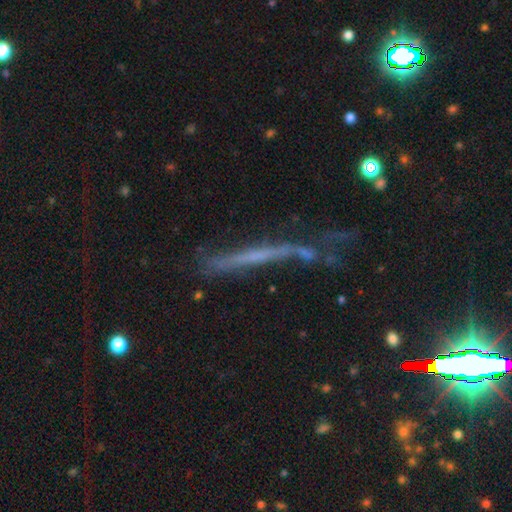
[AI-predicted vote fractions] A featured or disk galaxy (55%) viewed edge-on (83%).

Vote fractions:
- Smooth or featured? featured or disk: 55% / smooth: 30% / star or artifact: 15%
- Edge-on disk? yes: 83% / no: 17%
- Merging? none: 50% / minor disturbance: 22% / major disturbance: 18% / merger: 10%